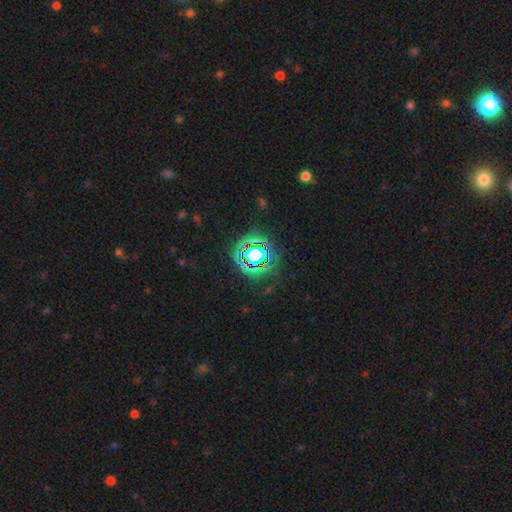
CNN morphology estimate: type=star or artifact (66%).